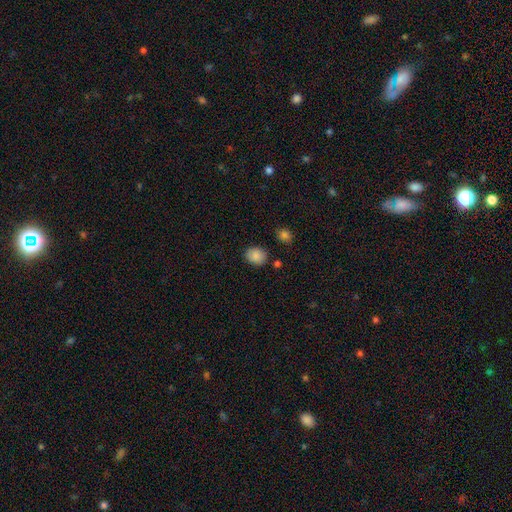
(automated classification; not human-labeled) smooth 88%, star or artifact 9%, featured or disk 4%. Down the decision tree: how rounded — round (60%); merging — none (83%).